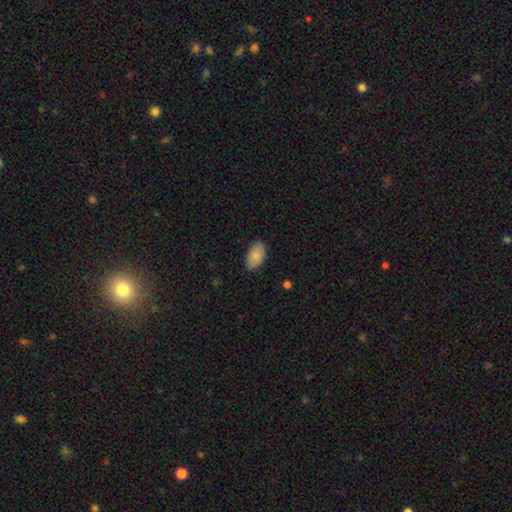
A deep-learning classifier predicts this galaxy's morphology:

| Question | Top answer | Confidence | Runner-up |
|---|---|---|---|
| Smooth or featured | smooth | 88% | star or artifact (6%) |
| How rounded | in between | 95% | round (4%) |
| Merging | none | 87% | minor disturbance (10%) |